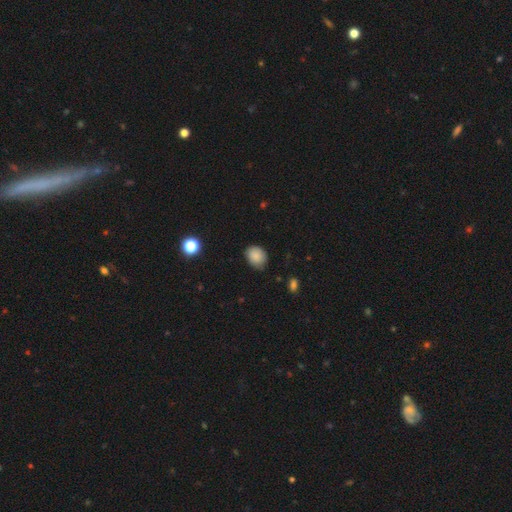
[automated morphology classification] A smooth galaxy with no disk features (86%) that is round (53%). Merging: none (72%).